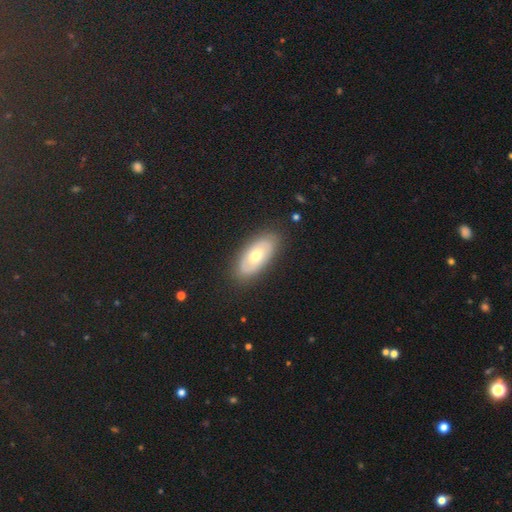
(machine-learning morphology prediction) smooth 47%, featured or disk 46%, star or artifact 7%. Down the decision tree: merging — none (87%).